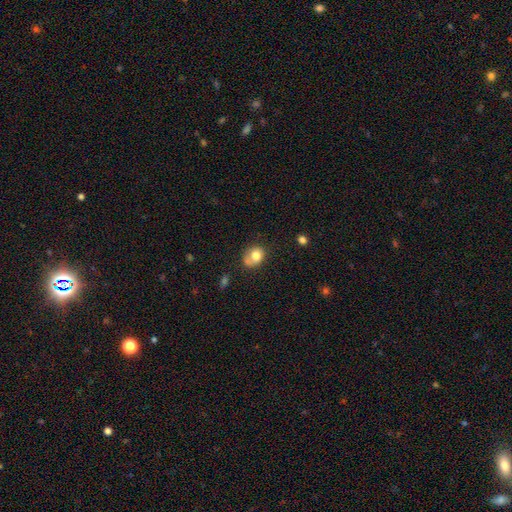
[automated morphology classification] A smooth galaxy with no disk features (74%) that is round (52%). Merging: none (43%).